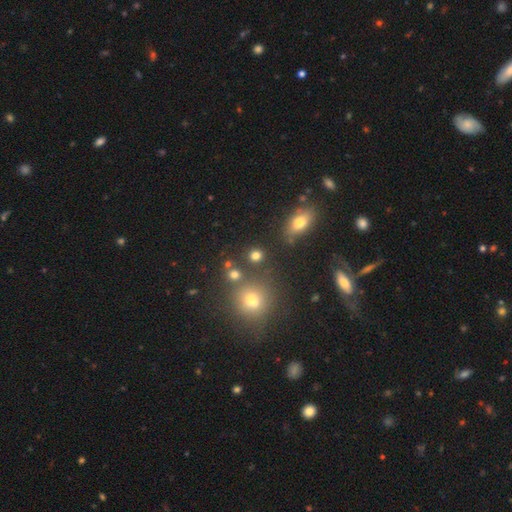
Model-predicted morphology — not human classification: This is likely a smooth galaxy (77%). How rounded: clearly round (80%). Merging: likely none (78%).